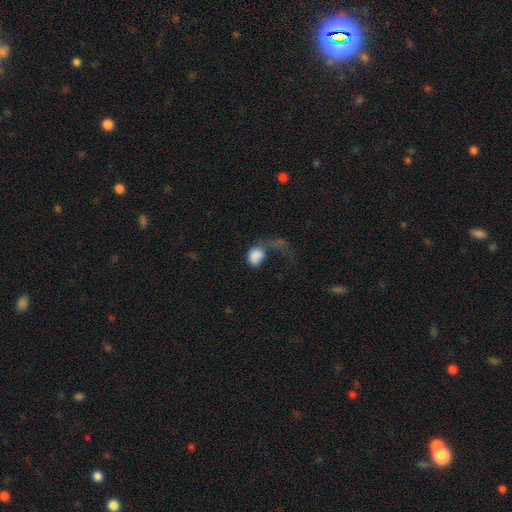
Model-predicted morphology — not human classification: This appears to be a smooth galaxy with no disk features (77%) that is in between round and cigar-shaped (64%). Merging: major disturbance (61%).